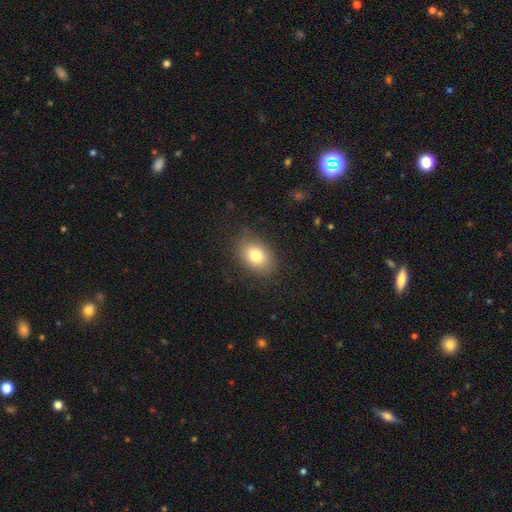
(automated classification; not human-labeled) This appears to be a smooth galaxy with no disk features (79%) that is in between round and cigar-shaped (79%). Merging: none (84%).